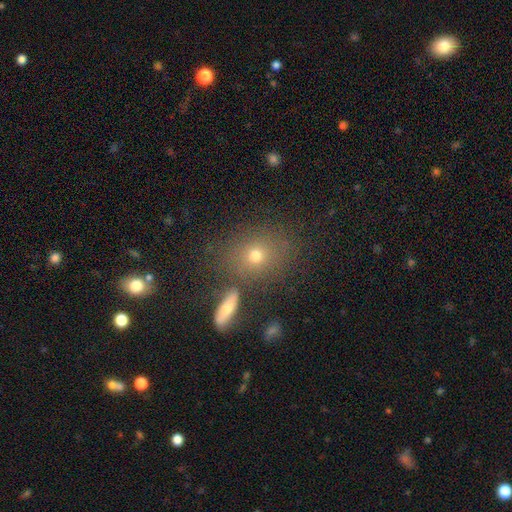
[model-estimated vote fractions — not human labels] smooth-or-featured: smooth: 68% | star or artifact: 16% | featured or disk: 16%
  how-rounded: round: 60% | in between: 37% | cigar-shaped: 2%
  merging: none: 73% | minor disturbance: 11% | merger: 11% | major disturbance: 5%